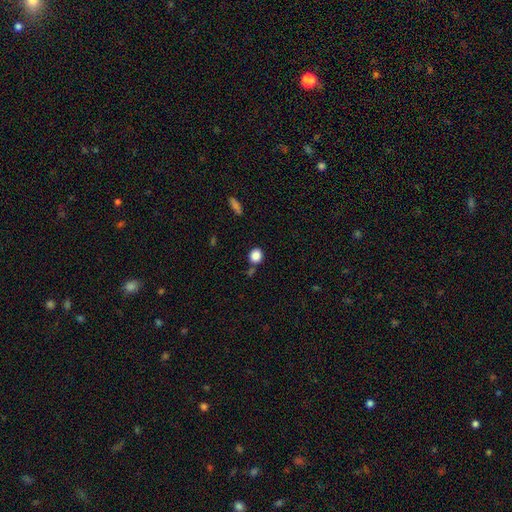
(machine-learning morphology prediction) Smooth or featured? smooth (87%)
How rounded? round (73%)
Merging? none (72%)